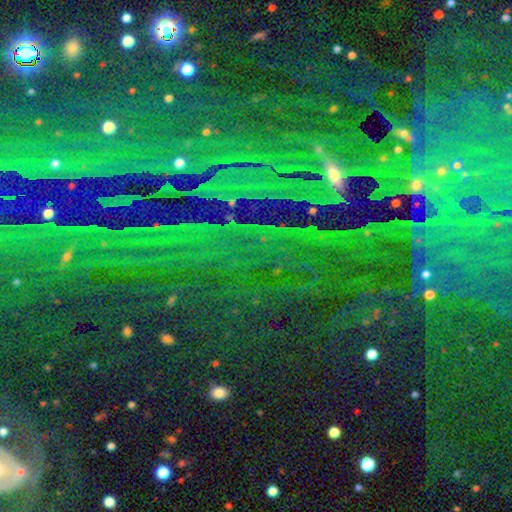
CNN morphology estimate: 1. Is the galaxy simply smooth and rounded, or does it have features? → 84% star or artifact, 8% featured or disk, 7% smooth.